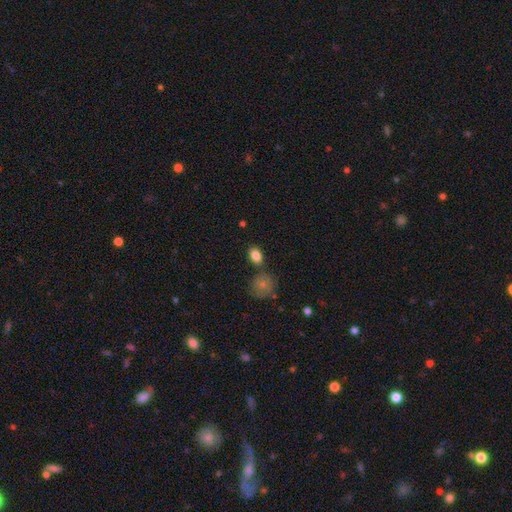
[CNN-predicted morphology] Overall: smooth (85%). How rounded: in between (77%). Merging: none (75%).